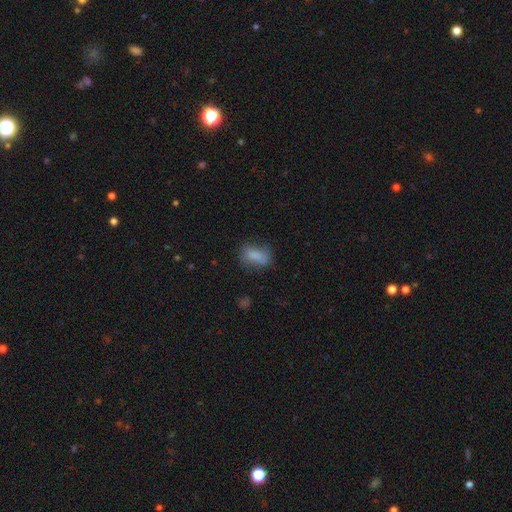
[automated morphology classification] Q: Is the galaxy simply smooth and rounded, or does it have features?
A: smooth — 78%.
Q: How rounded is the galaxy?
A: in between — 85%.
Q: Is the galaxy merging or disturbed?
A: none — 60%.